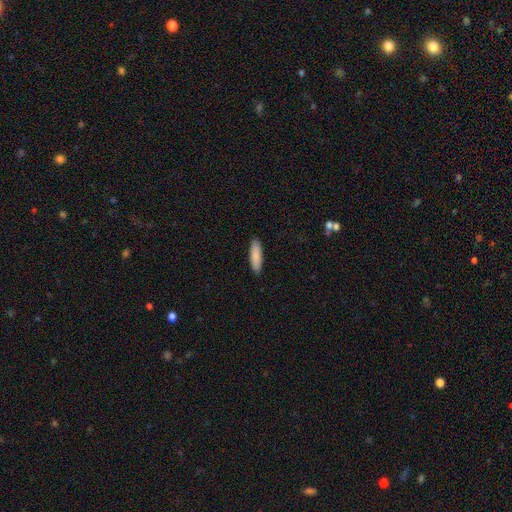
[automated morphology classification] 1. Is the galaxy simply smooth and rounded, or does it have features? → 88% smooth, 7% featured or disk, 5% star or artifact.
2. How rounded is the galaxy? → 60% cigar-shaped, 39% in between, 1% round.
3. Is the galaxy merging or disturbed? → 90% none, 7% minor disturbance, 2% major disturbance, 1% merger.